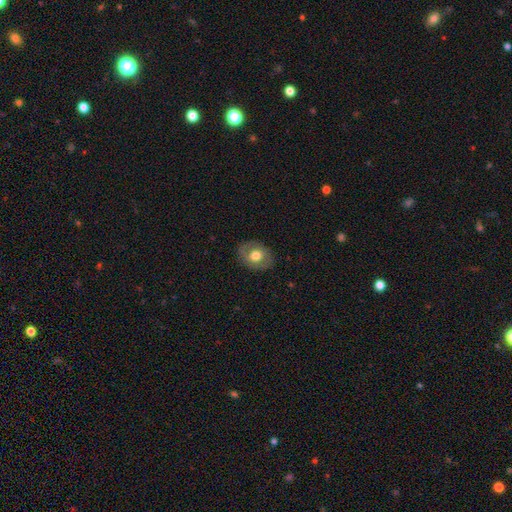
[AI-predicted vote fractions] smooth_or_featured: smooth (p=0.61) [alt: featured or disk p=0.32]
how_rounded: in between (p=0.56) [alt: round p=0.43]
merging: none (p=0.83) [alt: minor disturbance p=0.13]